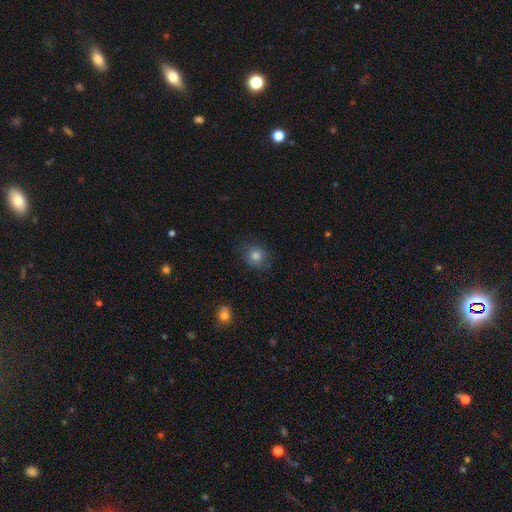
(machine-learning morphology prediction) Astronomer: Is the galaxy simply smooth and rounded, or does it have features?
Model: smooth — 79%.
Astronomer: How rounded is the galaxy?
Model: round — 74%.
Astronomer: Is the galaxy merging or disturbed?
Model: none — 78%.